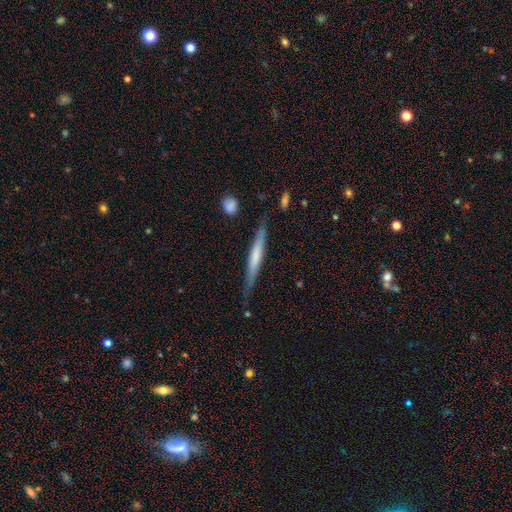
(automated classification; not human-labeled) Smooth or featured?
  - featured or disk: 48% *
  - smooth: 47%
  - star or artifact: 6%
Merging?
  - none: 79% *
  - minor disturbance: 16%
  - major disturbance: 3%
  - merger: 2%